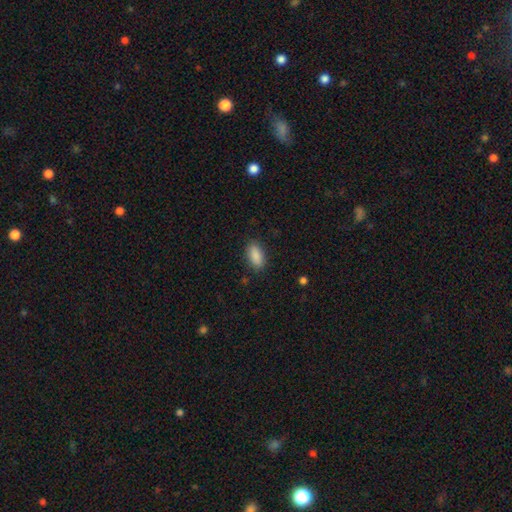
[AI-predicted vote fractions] This appears to be a smooth galaxy with no disk features (89%) that is in between round and cigar-shaped (88%). Merging: none (86%).